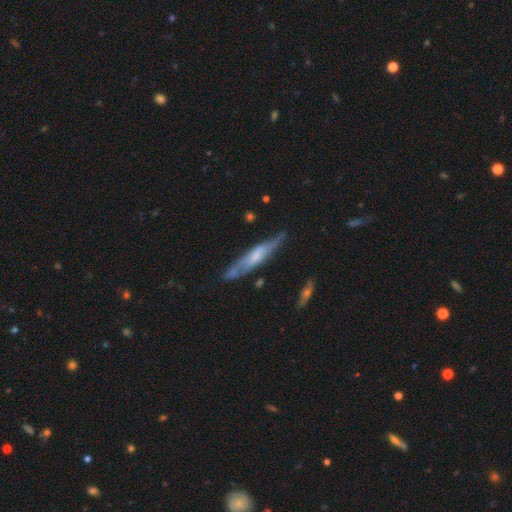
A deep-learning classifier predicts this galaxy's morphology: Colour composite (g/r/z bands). It shows a featured or disk galaxy (65%) viewed edge-on (75%). Merging: none (73%).